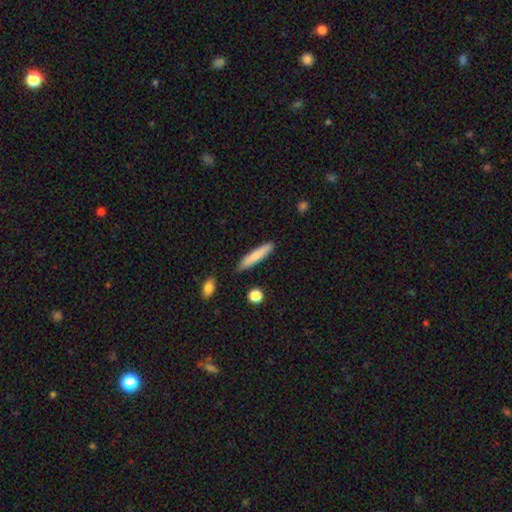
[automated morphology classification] Smooth or featured? Predicted: smooth (p=0.79). How rounded? Predicted: cigar-shaped (p=0.90). Merging? Predicted: none (p=0.85).